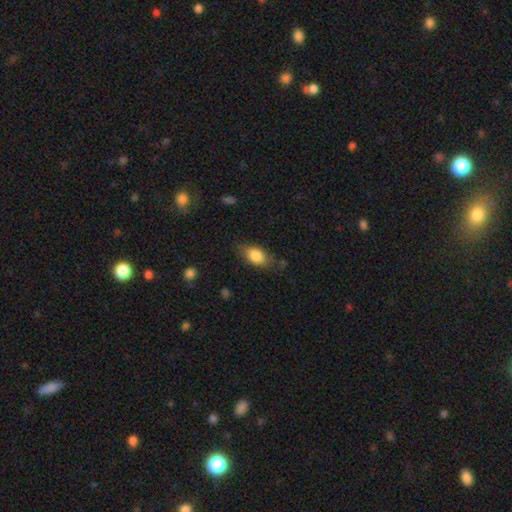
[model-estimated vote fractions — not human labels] This is clearly a smooth galaxy (83%). How rounded: clearly in between (87%). Merging: likely none (74%).